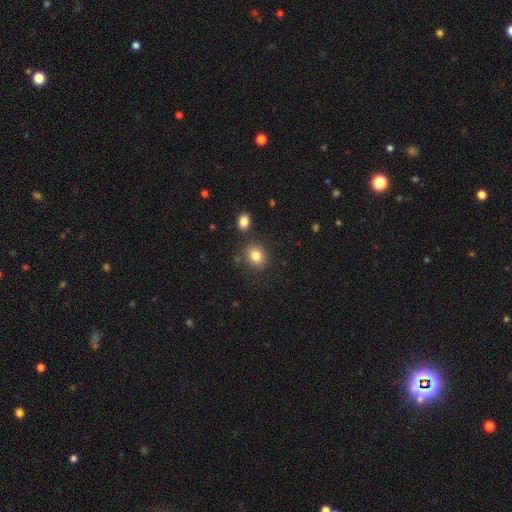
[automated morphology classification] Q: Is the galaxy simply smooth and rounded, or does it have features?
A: smooth — 83%.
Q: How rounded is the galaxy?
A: round — 62%.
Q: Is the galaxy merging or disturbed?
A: none — 80%.